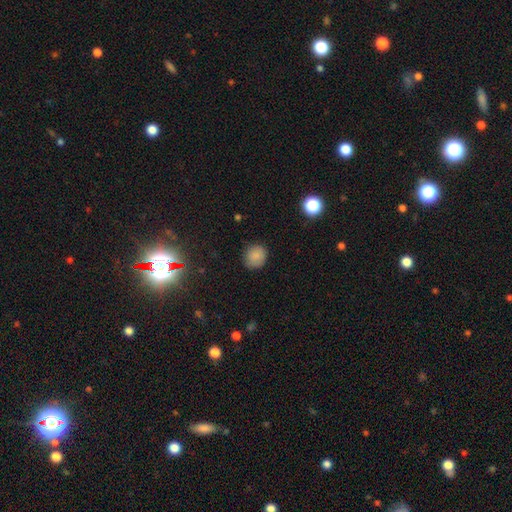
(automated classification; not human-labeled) Smooth or featured? smooth (84%)
How rounded? round (83%)
Merging? none (86%)